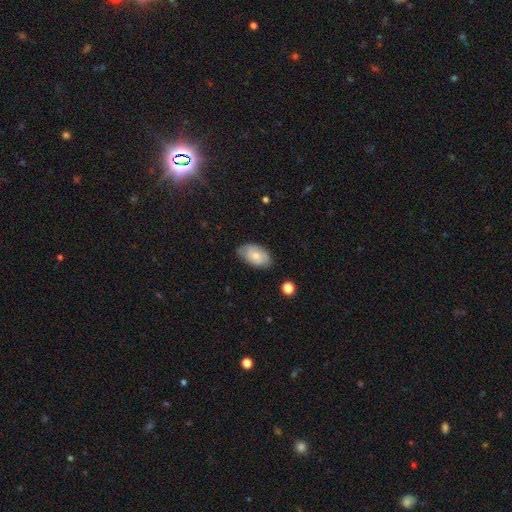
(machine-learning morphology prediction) smooth_or_featured: smooth (p=0.69) [alt: featured or disk p=0.25]
how_rounded: in between (p=0.92) [alt: round p=0.07]
merging: none (p=0.69) [alt: minor disturbance p=0.25]